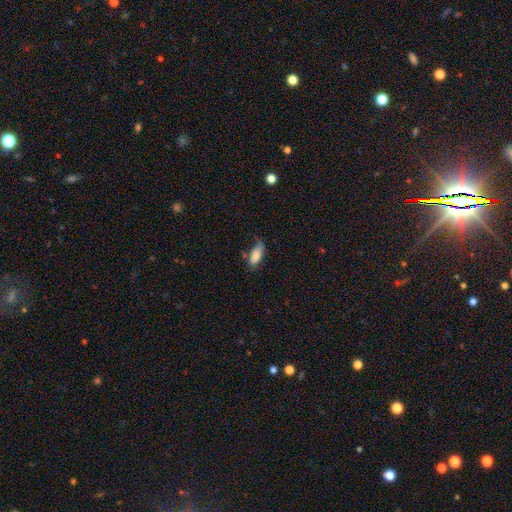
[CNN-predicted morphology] Overall: smooth (83%). How rounded: in between (85%). Merging: none (53%; minor disturbance 33%).